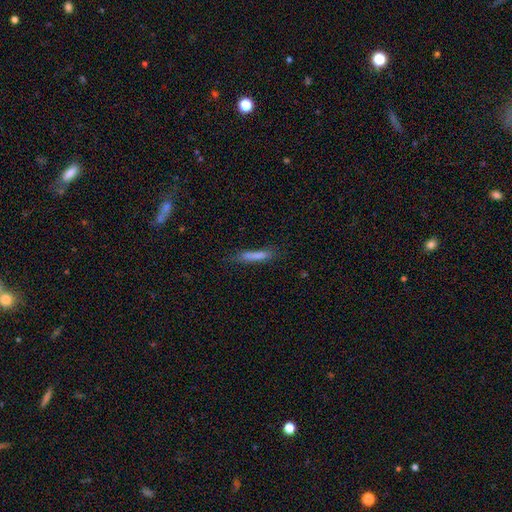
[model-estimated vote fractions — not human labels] A smooth galaxy with no disk features (78%) that is cigar-shaped (89%). Merging: none (72%).